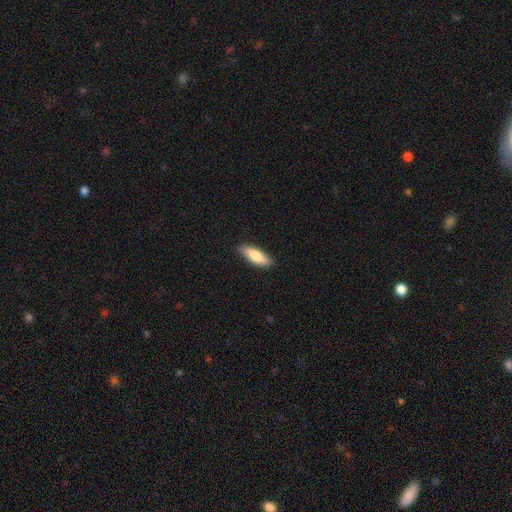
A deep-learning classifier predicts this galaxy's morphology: This is likely a smooth galaxy (78%). How rounded: possibly in between (57%). Merging: clearly none (88%).